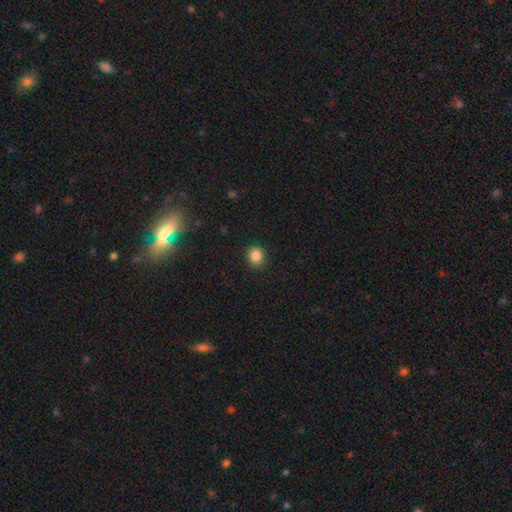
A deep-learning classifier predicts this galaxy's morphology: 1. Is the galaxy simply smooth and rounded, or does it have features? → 86% smooth, 10% star or artifact, 4% featured or disk.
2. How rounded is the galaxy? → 76% round, 23% in between, 1% cigar-shaped.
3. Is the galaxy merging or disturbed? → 89% none, 8% minor disturbance, 2% major disturbance, 1% merger.